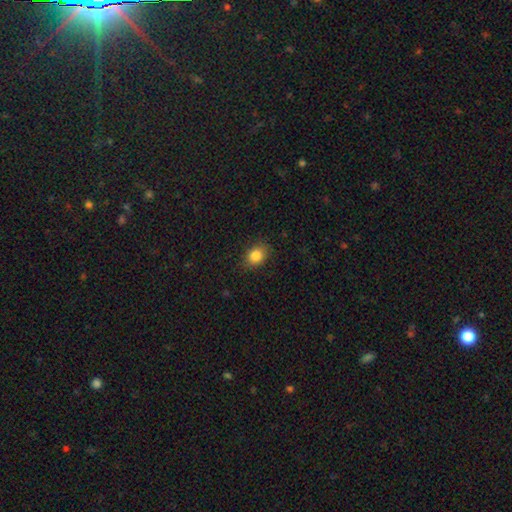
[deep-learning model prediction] smooth 85%, star or artifact 10%, featured or disk 6%. Down the decision tree: how rounded — in between (55%); merging — none (83%).